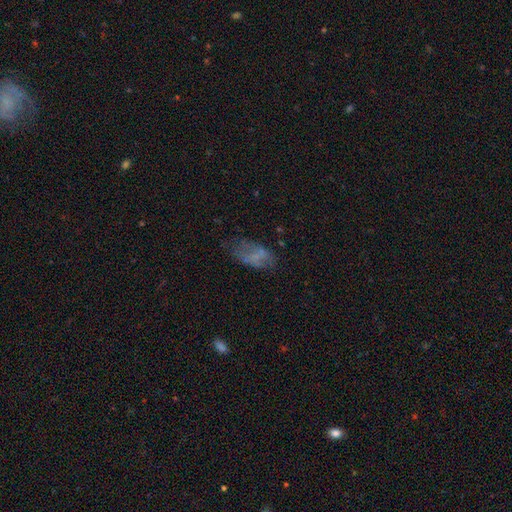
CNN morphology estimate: Overall: smooth (53%; featured or disk 33%). How rounded: in between (90%). Merging: none (50%; minor disturbance 25%).